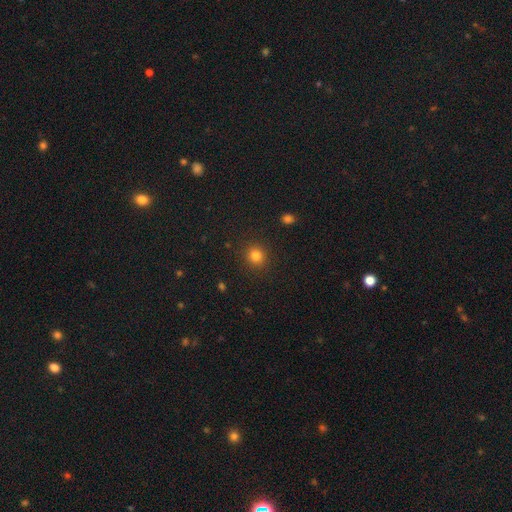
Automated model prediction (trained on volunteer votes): This is clearly a smooth galaxy (82%). How rounded: clearly round (88%). Merging: clearly none (90%).